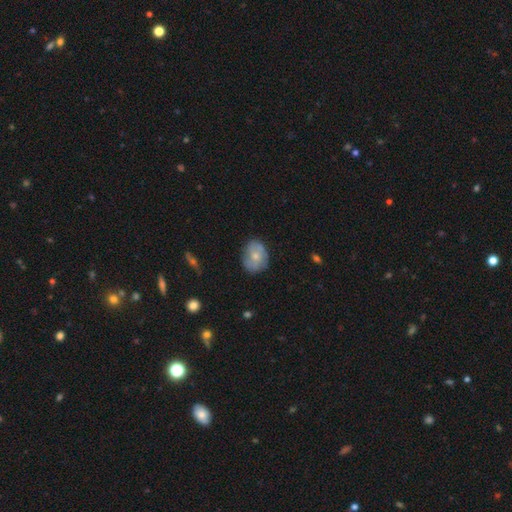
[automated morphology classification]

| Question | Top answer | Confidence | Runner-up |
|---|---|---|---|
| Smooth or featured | smooth | 52% | featured or disk (41%) |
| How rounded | in between | 53% | round (46%) |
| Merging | none | 70% | minor disturbance (22%) |